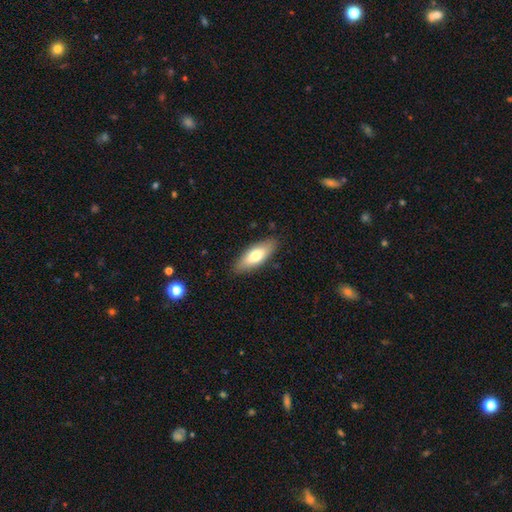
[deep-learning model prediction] The model was most divided on "how rounded": in between: 69%, cigar-shaped: 29%, round: 2%. More confident: merging — none (87%); smooth or featured — smooth (70%).